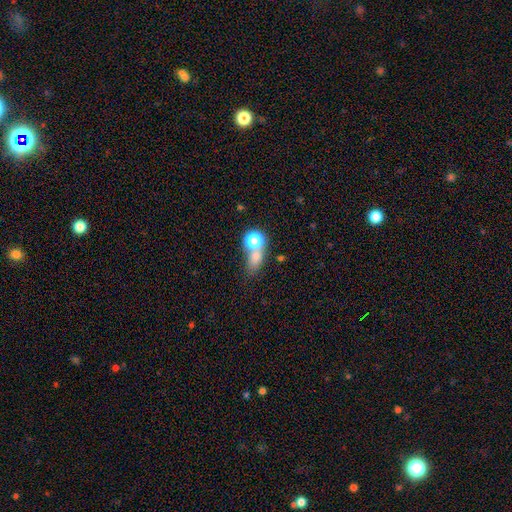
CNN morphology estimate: Smooth or featured: smooth — 68% (star or artifact — 20%)
How rounded: in between — 50% (round — 43%)
Merging: none — 44% (merger — 39%)